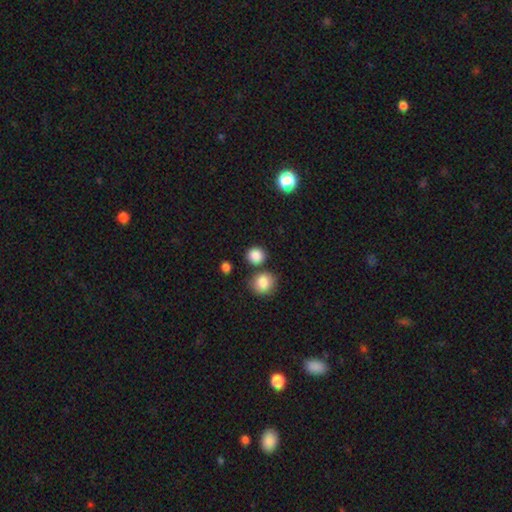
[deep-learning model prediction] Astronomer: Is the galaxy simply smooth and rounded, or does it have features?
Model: smooth — 86%.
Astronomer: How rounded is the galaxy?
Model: round — 83%.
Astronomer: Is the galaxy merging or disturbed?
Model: none — 76%.